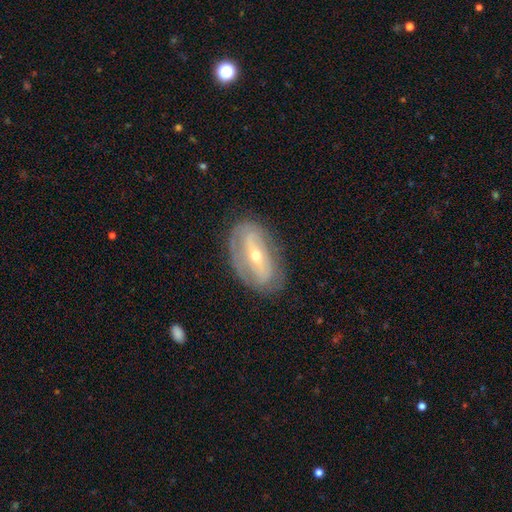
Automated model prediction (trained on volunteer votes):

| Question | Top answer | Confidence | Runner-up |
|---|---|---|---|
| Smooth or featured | featured or disk | 74% | smooth (19%) |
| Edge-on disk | no | 90% | yes (10%) |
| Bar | strong | 43% | weak (30%) |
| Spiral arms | yes | 64% | no (36%) |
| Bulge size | small | 52% | moderate (44%) |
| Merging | none | 74% | minor disturbance (17%) |